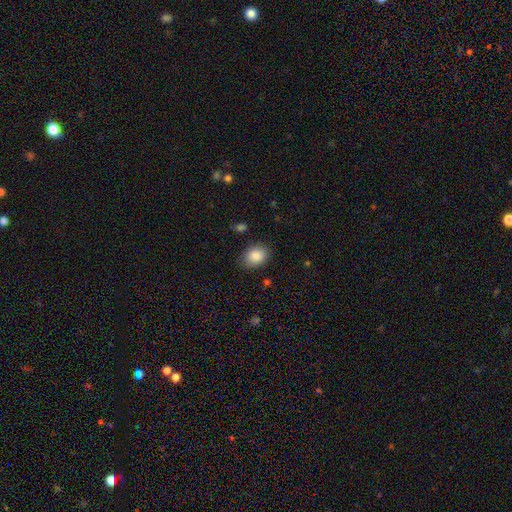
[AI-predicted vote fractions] This appears to be a smooth galaxy with no disk features (87%) that is in between round and cigar-shaped (63%). Merging: none (83%).